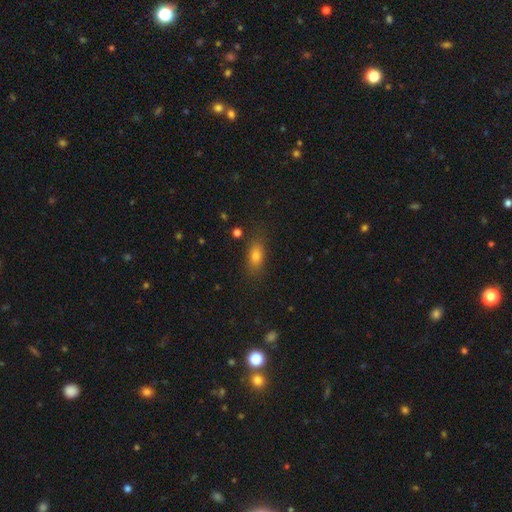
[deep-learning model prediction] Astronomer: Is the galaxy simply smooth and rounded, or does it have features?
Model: smooth — 75%.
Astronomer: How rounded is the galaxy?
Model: in between — 73%.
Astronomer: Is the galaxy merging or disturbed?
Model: none — 81%.